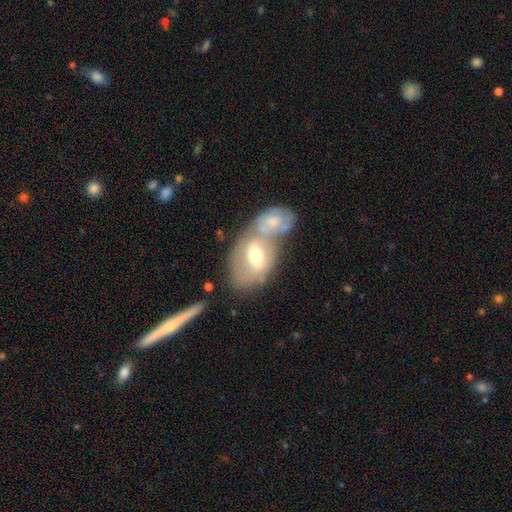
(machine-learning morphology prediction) Overall: featured or disk (58%; smooth 31%). Edge-on disk: no (84%). Merging: merger (56%; none 31%).